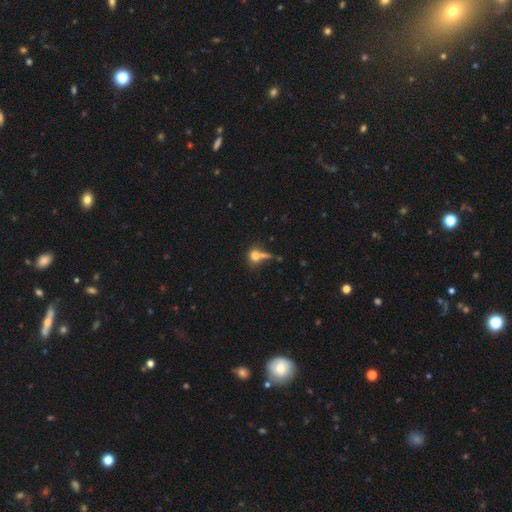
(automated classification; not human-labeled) Morphology: type=smooth (71%); roundness=round (62%); merging=none (38%).